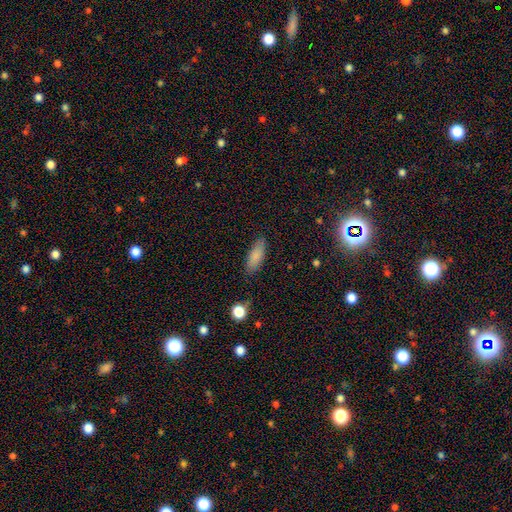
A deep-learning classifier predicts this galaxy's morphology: The model was most divided on "how rounded": in between: 74%, cigar-shaped: 24%, round: 2%. More confident: merging — none (84%); smooth or featured — smooth (84%).